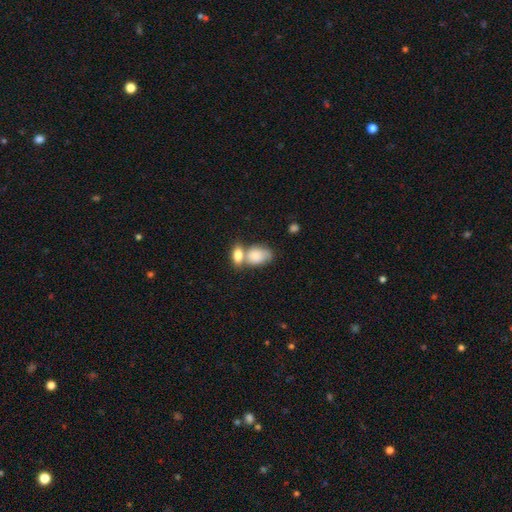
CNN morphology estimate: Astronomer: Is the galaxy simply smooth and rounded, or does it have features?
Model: smooth — 79%.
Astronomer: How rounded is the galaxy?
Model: in between — 85%.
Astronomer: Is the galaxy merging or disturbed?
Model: merger — 57%.